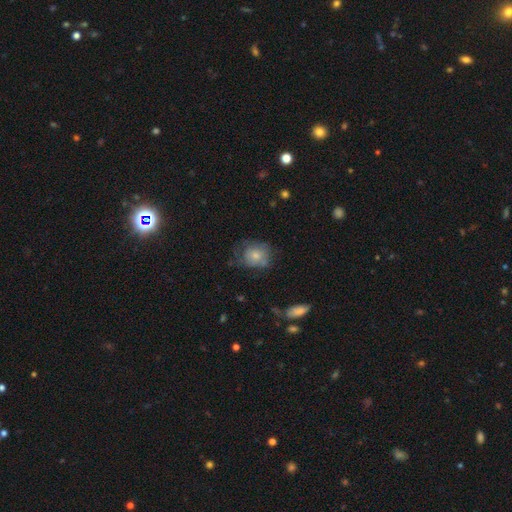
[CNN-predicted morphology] Smooth or featured? Predicted: smooth (p=0.67). How rounded? Predicted: round (p=0.64). Merging? Predicted: none (p=0.45).